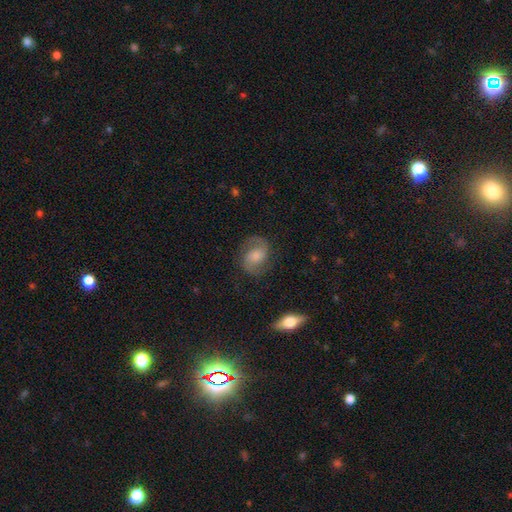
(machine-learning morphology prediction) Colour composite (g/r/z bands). It shows a featured or disk galaxy (79%) with no bar (48%), 2 (92%) medium (55%) spiral arms (96%) and a moderate central bulge (40%). Merging: none (81%).